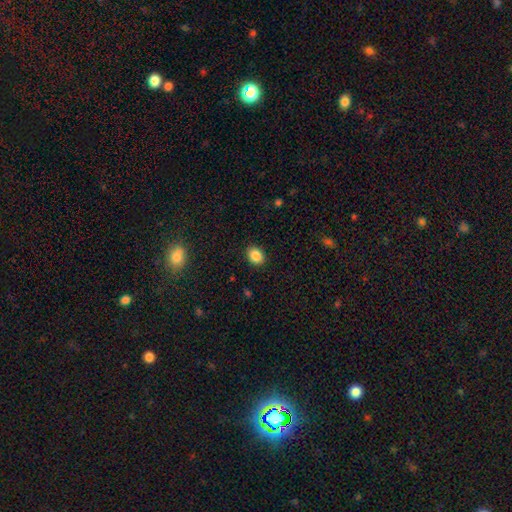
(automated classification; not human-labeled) Smooth or featured? Predicted: smooth (p=0.86). How rounded? Predicted: in between (p=0.51). Merging? Predicted: none (p=0.89).